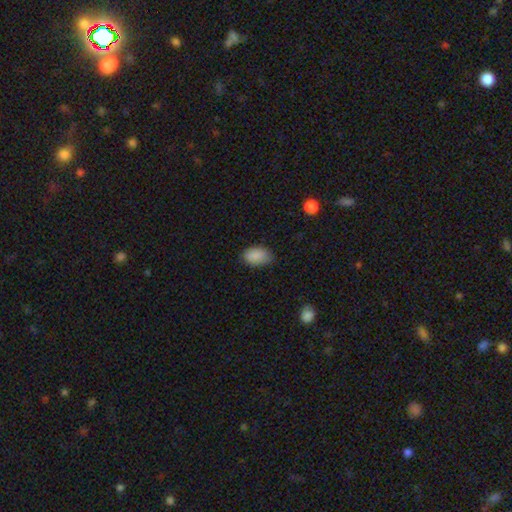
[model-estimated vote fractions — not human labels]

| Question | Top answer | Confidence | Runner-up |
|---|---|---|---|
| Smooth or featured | smooth | 88% | star or artifact (8%) |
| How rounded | in between | 91% | round (7%) |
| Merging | none | 73% | minor disturbance (22%) |